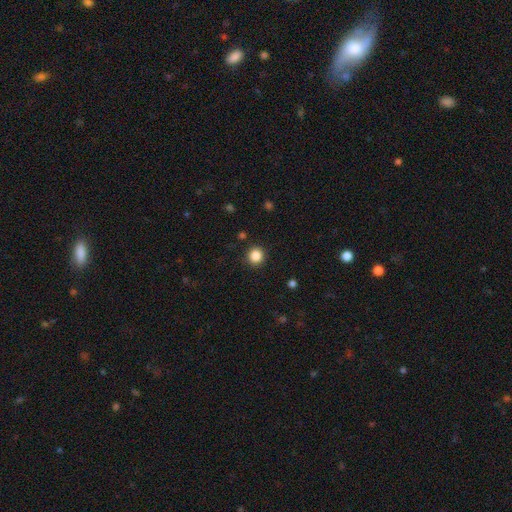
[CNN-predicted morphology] smooth-or-featured: smooth: 86% | star or artifact: 11% | featured or disk: 3%
  how-rounded: round: 93% | in between: 6% | cigar-shaped: 1%
  merging: none: 91% | minor disturbance: 5% | major disturbance: 2% | merger: 1%